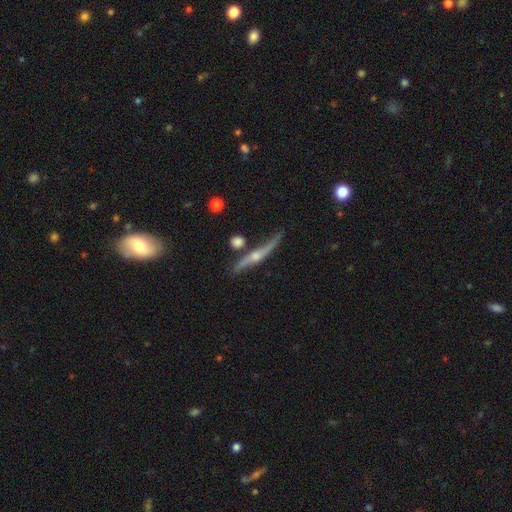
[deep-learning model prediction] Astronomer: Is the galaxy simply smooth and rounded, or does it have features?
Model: featured or disk — 79%.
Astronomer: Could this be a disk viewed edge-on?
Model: yes — 86%.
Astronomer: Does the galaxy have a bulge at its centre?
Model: rounded — 86%.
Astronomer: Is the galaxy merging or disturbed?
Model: none — 68%.